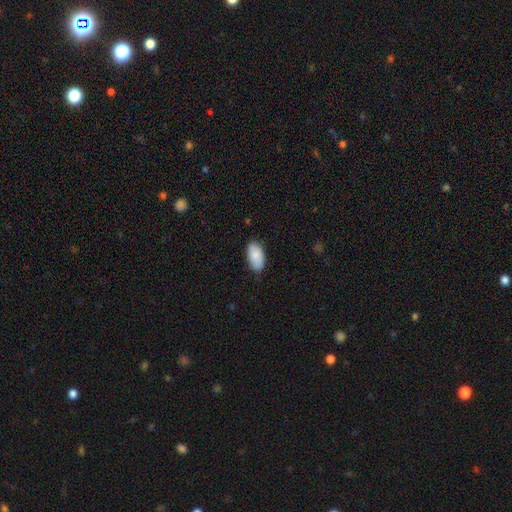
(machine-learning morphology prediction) A smooth galaxy with no disk features (87%) that is in between round and cigar-shaped (95%).

Vote fractions:
- Smooth or featured? smooth: 87% / featured or disk: 7% / star or artifact: 6%
- How rounded? in between: 95% / round: 2% / cigar-shaped: 2%
- Merging? none: 83% / minor disturbance: 14% / major disturbance: 2% / merger: 1%